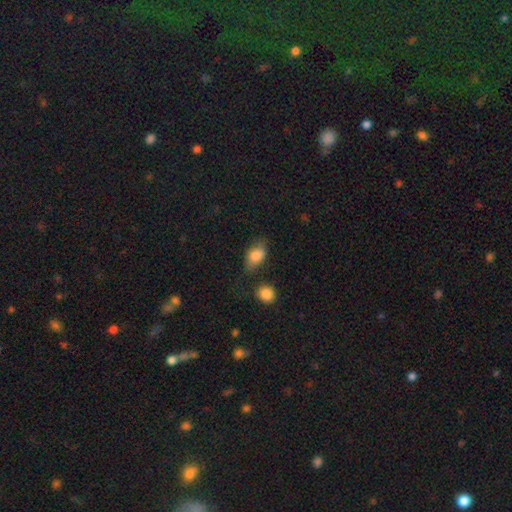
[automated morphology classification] smooth 81%, featured or disk 11%, star or artifact 8%. Down the decision tree: how rounded — in between (85%); merging — none (61%).